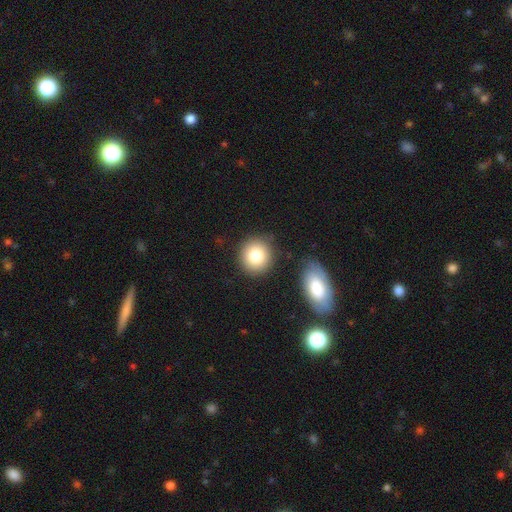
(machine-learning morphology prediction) Smooth or featured?
  - smooth: 82% *
  - star or artifact: 9%
  - featured or disk: 9%
How rounded?
  - round: 87% *
  - in between: 12%
  - cigar-shaped: 1%
Merging?
  - none: 84% *
  - minor disturbance: 9%
  - merger: 4%
  - major disturbance: 3%